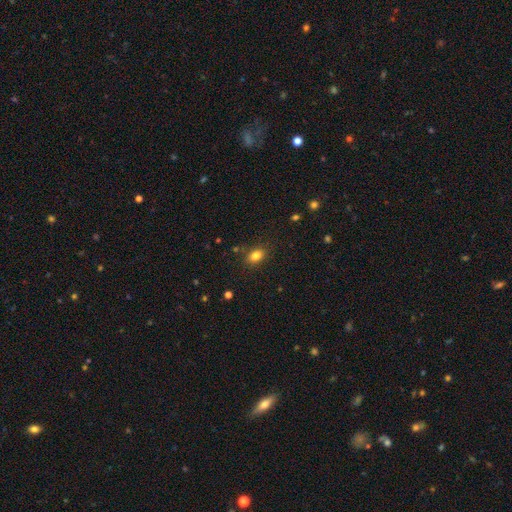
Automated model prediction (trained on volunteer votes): smooth_or_featured: smooth (p=0.83) [alt: star or artifact p=0.11]
how_rounded: in between (p=0.76) [alt: round p=0.22]
merging: none (p=0.83) [alt: minor disturbance p=0.11]